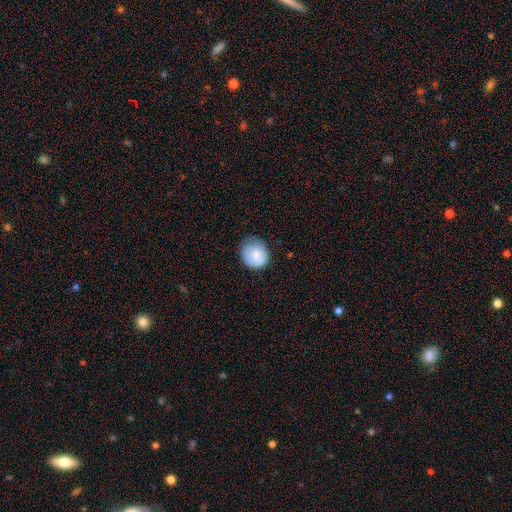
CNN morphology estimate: A smooth galaxy with no disk features (82%) that is round (74%).

Vote fractions:
- Smooth or featured? smooth: 82% / featured or disk: 11% / star or artifact: 7%
- How rounded? round: 74% / in between: 25% / cigar-shaped: 1%
- Merging? none: 65% / minor disturbance: 28% / major disturbance: 6% / merger: 1%